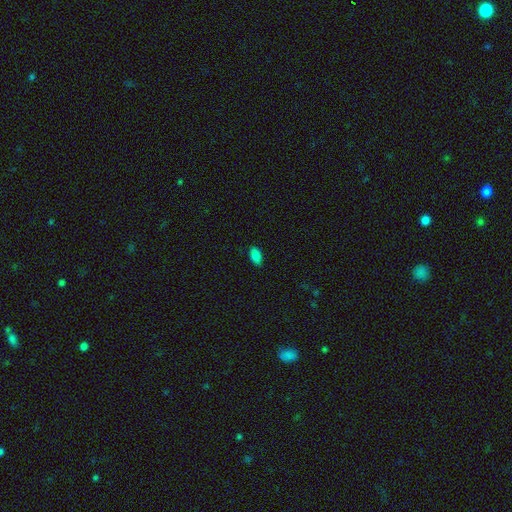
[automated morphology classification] smooth 85%, star or artifact 9%, featured or disk 6%. Down the decision tree: how rounded — in between (91%); merging — none (86%).